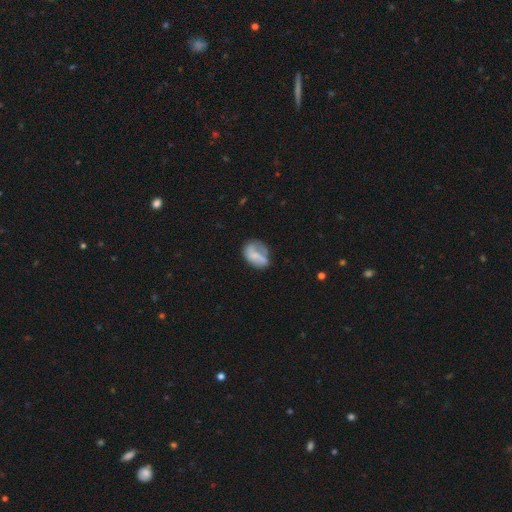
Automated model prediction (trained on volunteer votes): A smooth galaxy with no disk features (54%) that is in between round and cigar-shaped (77%).

Vote fractions:
- Smooth or featured? smooth: 54% / featured or disk: 38% / star or artifact: 8%
- How rounded? in between: 77% / round: 20% / cigar-shaped: 2%
- Merging? none: 40% / minor disturbance: 30% / major disturbance: 24% / merger: 6%